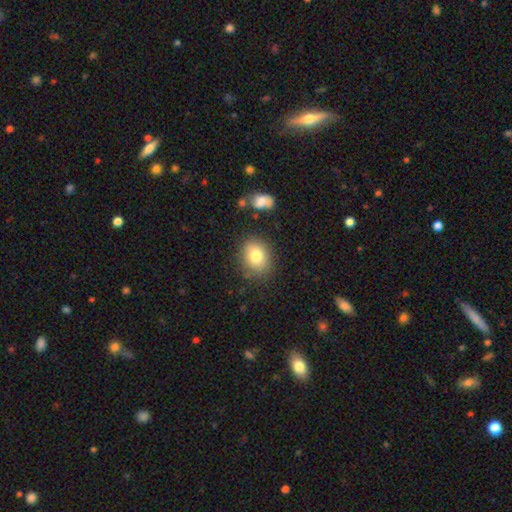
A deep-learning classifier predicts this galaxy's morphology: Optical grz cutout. It shows a smooth galaxy with no disk features (80%) that is in between round and cigar-shaped (50%). Merging: none (80%).